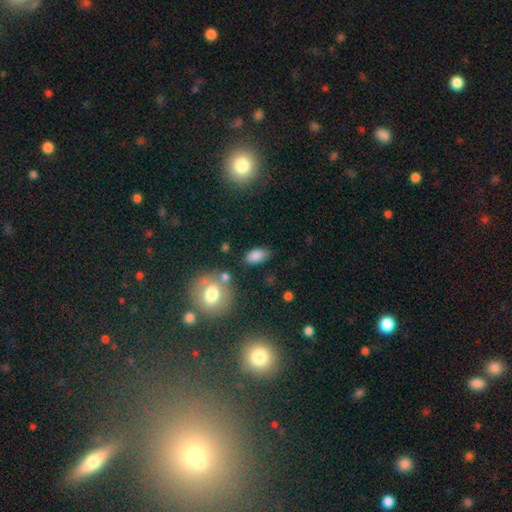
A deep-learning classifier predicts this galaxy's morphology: Smooth or featured? smooth (84%)
How rounded? in between (91%)
Merging? none (77%)